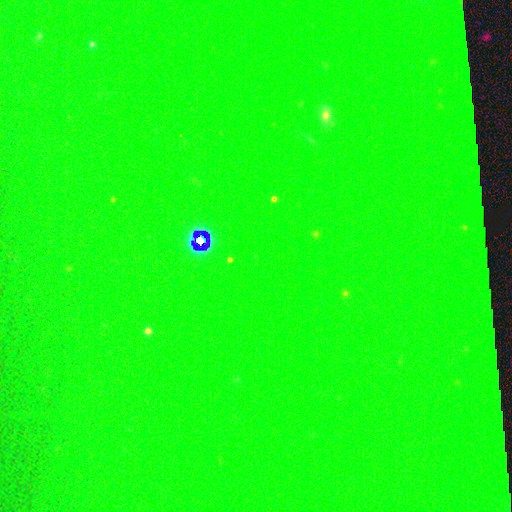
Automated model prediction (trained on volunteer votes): This appears to be a star or artifact, not a galaxy (74%).